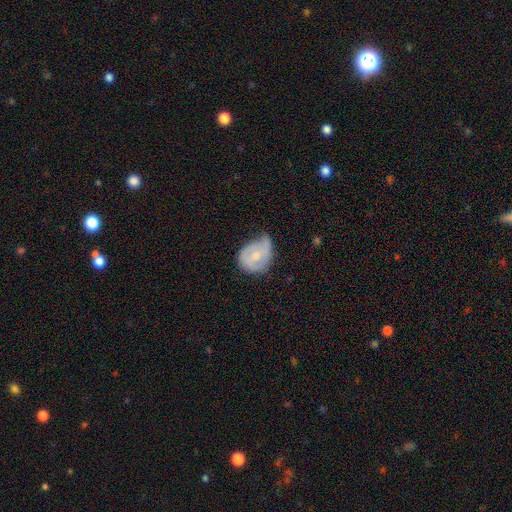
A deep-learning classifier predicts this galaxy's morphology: Smooth or featured? featured or disk (50%)
Merging? minor disturbance (47%)